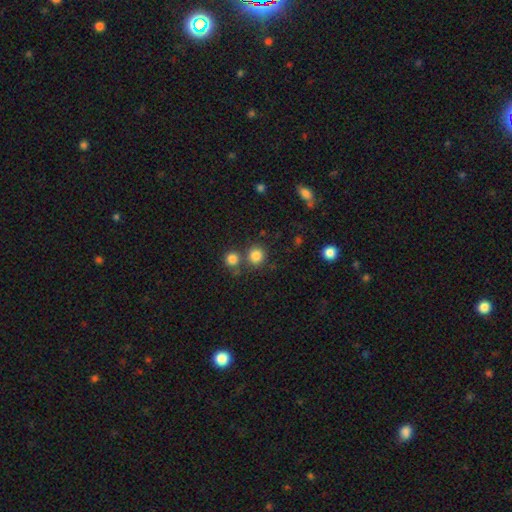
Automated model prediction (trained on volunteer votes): Q: Smooth or featured?
A: smooth (83%); runner-up: star or artifact (12%)
Q: How rounded?
A: round (90%); runner-up: in between (9%)
Q: Merging?
A: none (71%); runner-up: merger (18%)